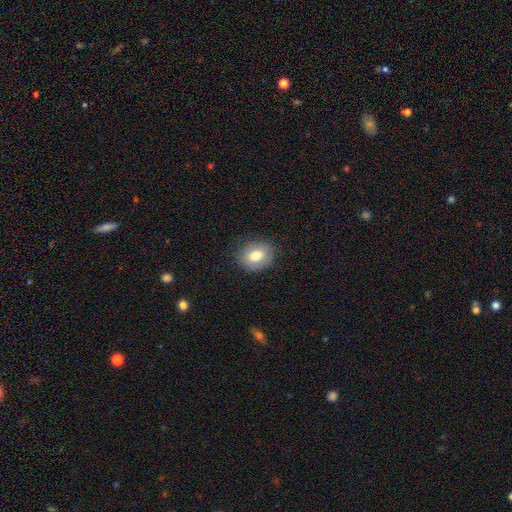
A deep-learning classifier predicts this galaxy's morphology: type=smooth (75%); roundness=in between (54%); merging=none (83%).